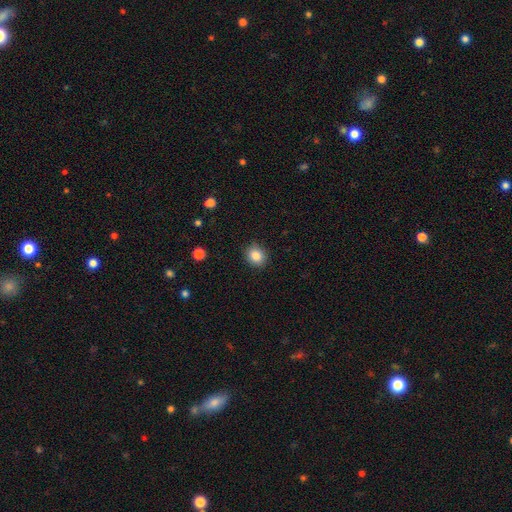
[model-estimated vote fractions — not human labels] Morphology: type=smooth (85%); roundness=round (74%); merging=none (89%).